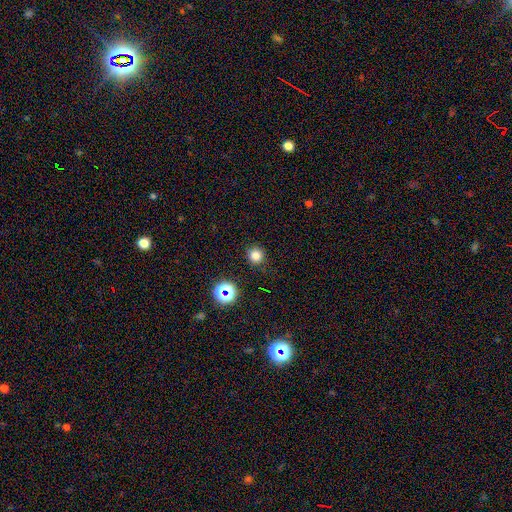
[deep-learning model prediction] Morphology: type=smooth (78%); roundness=round (94%); merging=none (89%).